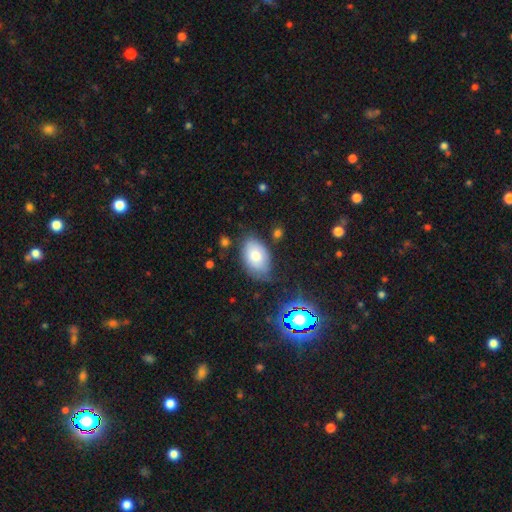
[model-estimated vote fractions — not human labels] smooth 71%, featured or disk 18%, star or artifact 11%. Down the decision tree: how rounded — in between (89%); merging — none (68%).